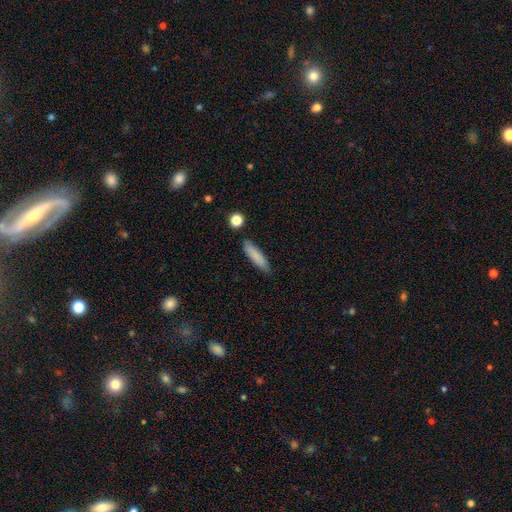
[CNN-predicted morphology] This appears to be a smooth galaxy with no disk features (84%) that is cigar-shaped (72%). Merging: none (81%).